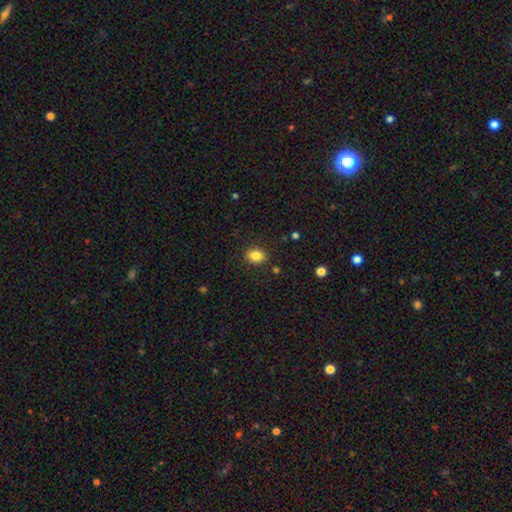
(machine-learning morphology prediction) Smooth or featured: smooth — 84% (star or artifact — 10%)
How rounded: in between — 64% (round — 35%)
Merging: none — 87% (minor disturbance — 9%)